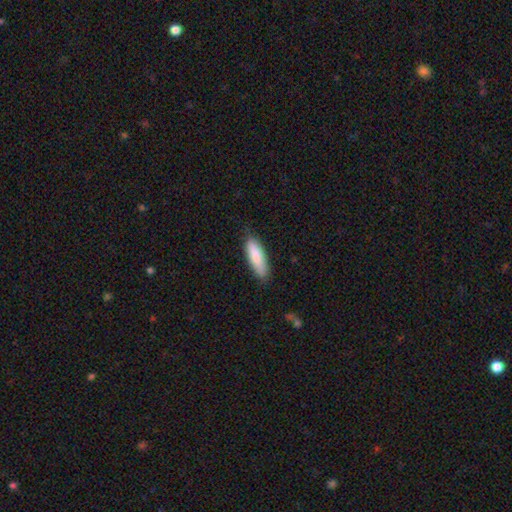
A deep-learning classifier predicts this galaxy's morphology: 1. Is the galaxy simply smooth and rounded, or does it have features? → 86% smooth, 8% featured or disk, 5% star or artifact.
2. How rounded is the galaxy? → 51% in between, 48% cigar-shaped, 2% round.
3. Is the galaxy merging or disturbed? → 79% none, 17% minor disturbance, 3% major disturbance, 1% merger.